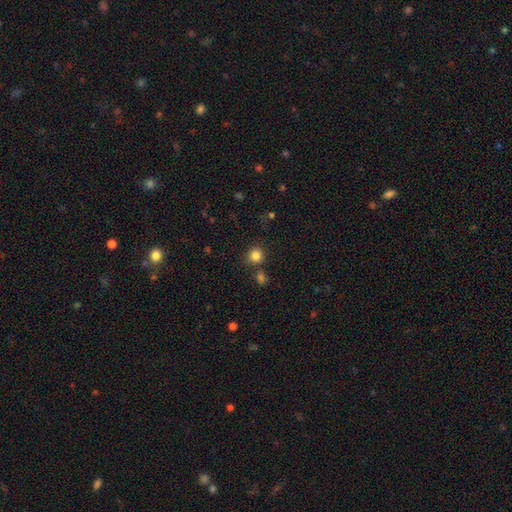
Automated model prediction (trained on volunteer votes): Smooth or featured? Predicted: smooth (p=0.83). How rounded? Predicted: round (p=0.88). Merging? Predicted: none (p=0.77).